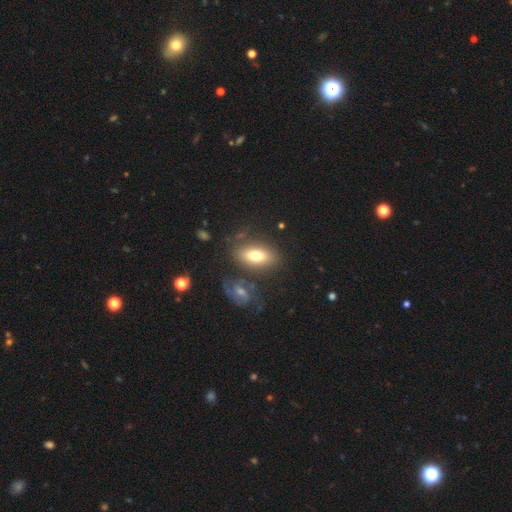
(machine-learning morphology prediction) Smooth or featured? smooth (72%)
How rounded? in between (85%)
Merging? none (74%)